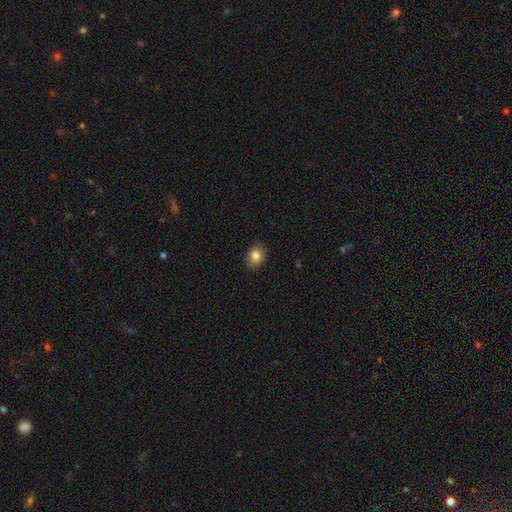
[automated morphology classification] Q: Smooth or featured?
A: smooth (84%); runner-up: star or artifact (8%)
Q: How rounded?
A: in between (67%); runner-up: round (32%)
Q: Merging?
A: none (87%); runner-up: minor disturbance (10%)